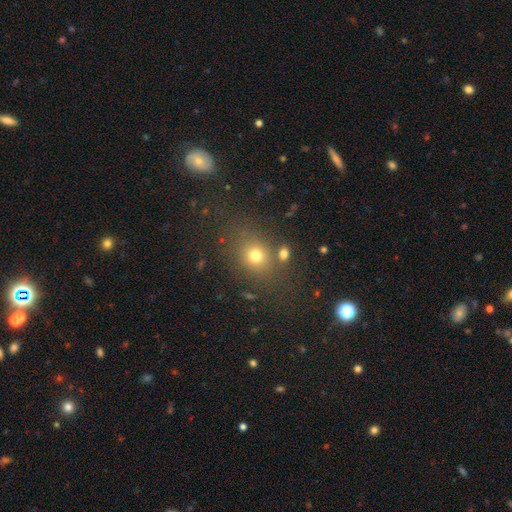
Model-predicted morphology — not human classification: Smooth or featured? Predicted: smooth (p=0.72). How rounded? Predicted: round (p=0.63). Merging? Predicted: none (p=0.73).